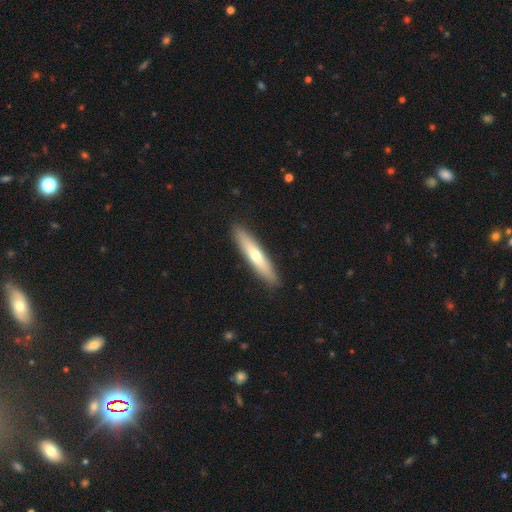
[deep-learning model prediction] Smooth or featured?
  - smooth: 54% *
  - featured or disk: 41%
  - star or artifact: 5%
How rounded?
  - cigar-shaped: 89% *
  - in between: 9%
  - round: 1%
Merging?
  - none: 91% *
  - minor disturbance: 6%
  - major disturbance: 1%
  - merger: 1%